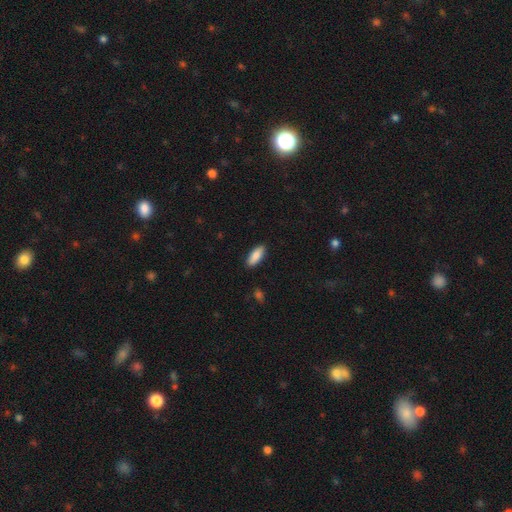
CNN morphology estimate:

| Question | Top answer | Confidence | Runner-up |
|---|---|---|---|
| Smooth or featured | smooth | 87% | featured or disk (7%) |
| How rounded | in between | 75% | cigar-shaped (23%) |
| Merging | none | 89% | minor disturbance (8%) |